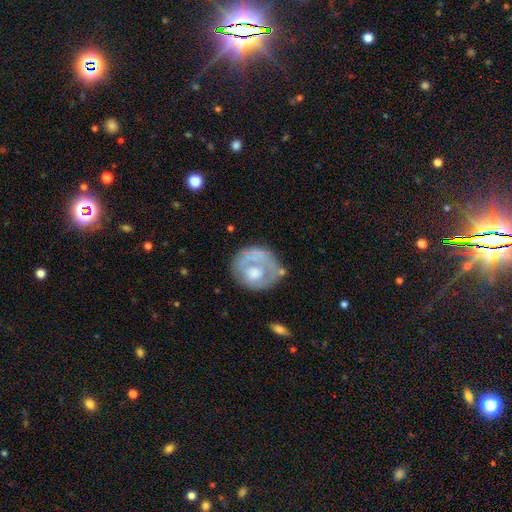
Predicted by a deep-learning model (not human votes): Smooth or featured?
  - featured or disk: 57% *
  - smooth: 37%
  - star or artifact: 6%
Edge-on disk?
  - no: 97% *
  - yes: 3%
Bar?
  - no: 85% *
  - weak: 12%
  - strong: 3%
Spiral arms?
  - no: 62% *
  - yes: 38%
Bulge size?
  - moderate: 44% *
  - large: 30%
  - small: 11%
  - none: 11%
  - dominant: 4%
Merging?
  - none: 61% *
  - minor disturbance: 20%
  - major disturbance: 15%
  - merger: 4%